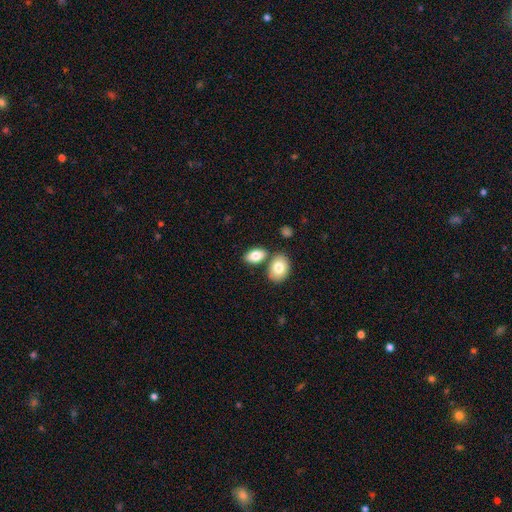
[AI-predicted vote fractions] The model was most divided on "merging": none: 63%, merger: 24%, minor disturbance: 11%, major disturbance: 3%. More confident: how rounded — in between (91%); smooth or featured — smooth (81%).